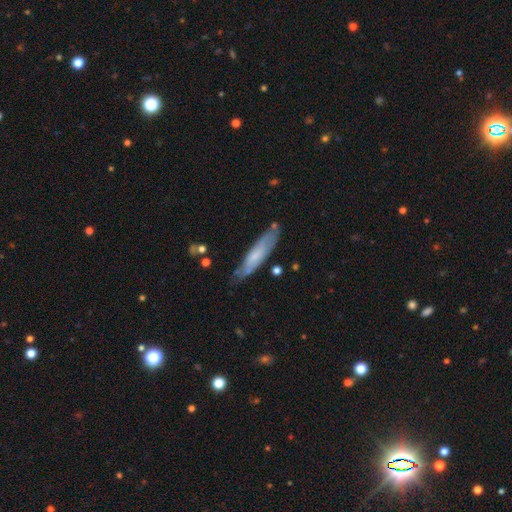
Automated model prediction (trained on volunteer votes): A smooth galaxy with no disk features (55%) that is cigar-shaped (75%). Merging: none (71%).